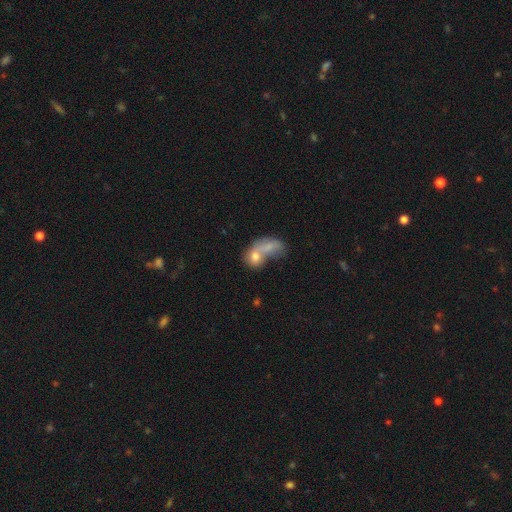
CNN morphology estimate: Q: Smooth or featured?
A: smooth (66%); runner-up: featured or disk (24%)
Q: How rounded?
A: in between (64%); runner-up: round (32%)
Q: Merging?
A: merger (65%); runner-up: none (14%)